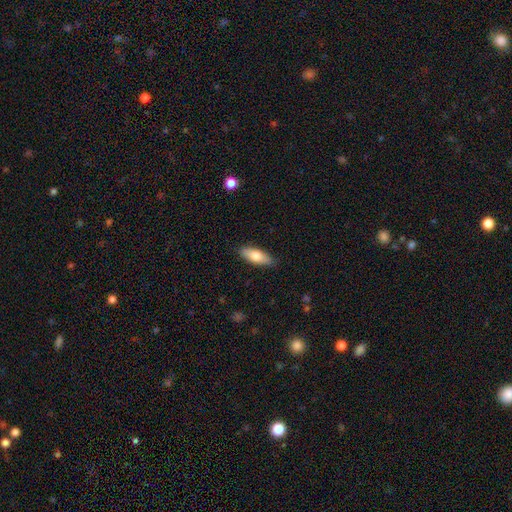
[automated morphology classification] Smooth or featured?
  - smooth: 73% *
  - featured or disk: 21%
  - star or artifact: 6%
How rounded?
  - in between: 68% *
  - cigar-shaped: 30%
  - round: 2%
Merging?
  - none: 86% *
  - minor disturbance: 11%
  - major disturbance: 2%
  - merger: 1%